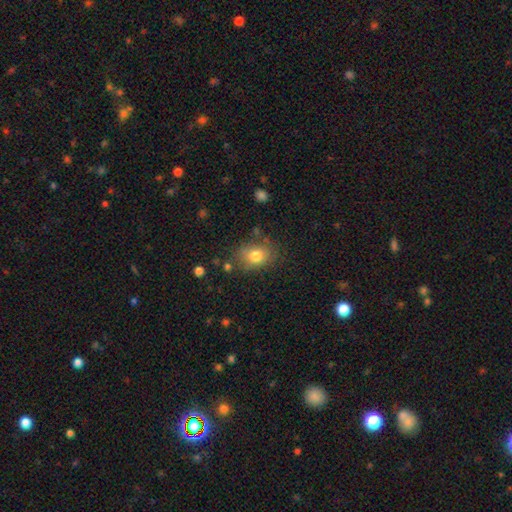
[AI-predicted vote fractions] A smooth galaxy with no disk features (79%) that is in between round and cigar-shaped (60%).

Vote fractions:
- Smooth or featured? smooth: 79% / featured or disk: 11% / star or artifact: 10%
- How rounded? in between: 60% / round: 39% / cigar-shaped: 1%
- Merging? none: 72% / minor disturbance: 18% / major disturbance: 6% / merger: 4%